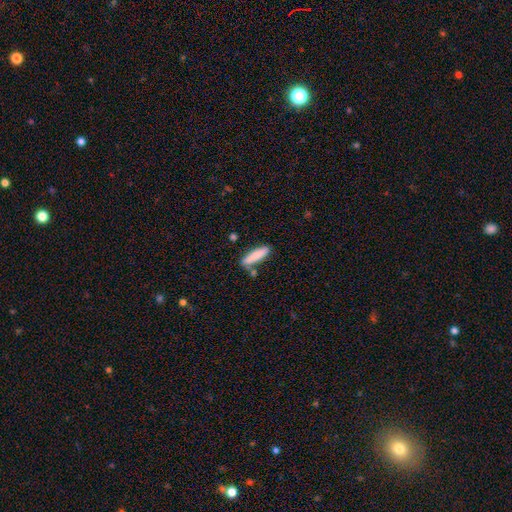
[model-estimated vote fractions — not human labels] A smooth galaxy with no disk features (83%) that is cigar-shaped (71%). Merging: none (69%).